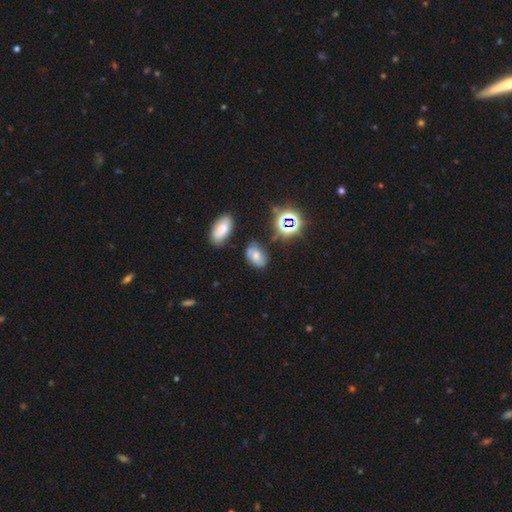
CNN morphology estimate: smooth 48%, featured or disk 27%, star or artifact 25%. Down the decision tree: merging — none (63%).